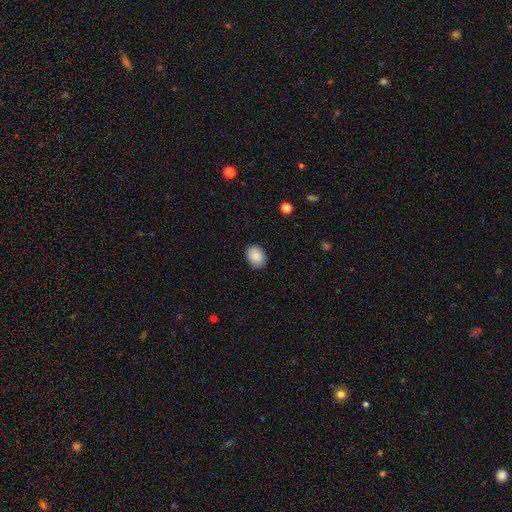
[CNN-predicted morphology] smooth 89%, star or artifact 7%, featured or disk 4%. Down the decision tree: how rounded — in between (65%); merging — none (87%).